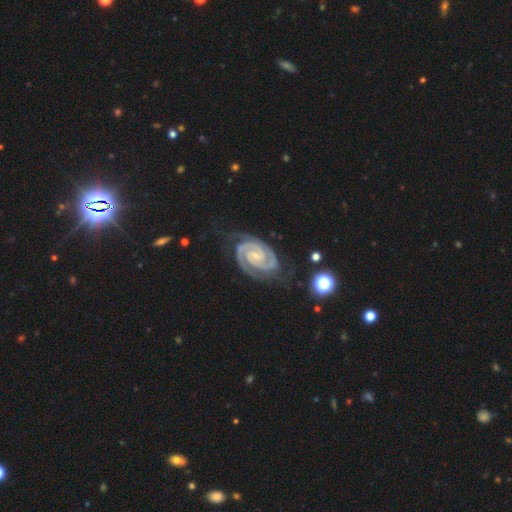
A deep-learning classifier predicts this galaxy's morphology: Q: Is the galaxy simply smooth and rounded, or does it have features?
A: featured or disk — 94%.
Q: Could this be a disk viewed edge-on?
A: no — 98%.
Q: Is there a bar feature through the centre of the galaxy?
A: no — 52%.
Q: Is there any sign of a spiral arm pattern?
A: yes — 99%.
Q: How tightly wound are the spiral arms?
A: tight — 81%.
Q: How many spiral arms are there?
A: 2 — 90%.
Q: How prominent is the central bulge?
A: small — 75%.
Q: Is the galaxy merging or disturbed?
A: none — 75%.